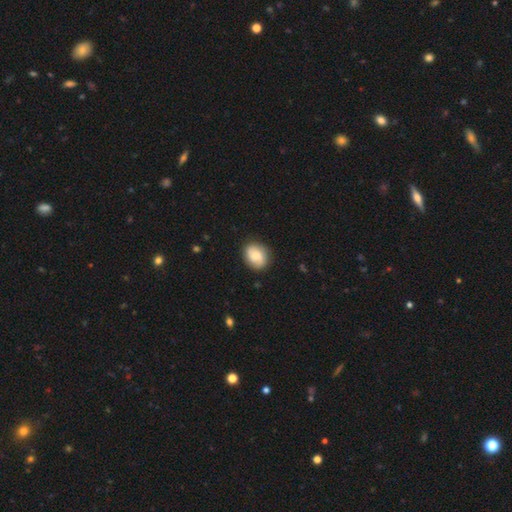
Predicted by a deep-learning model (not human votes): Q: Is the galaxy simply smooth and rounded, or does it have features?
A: smooth — 65%.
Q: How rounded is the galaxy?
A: round — 52%.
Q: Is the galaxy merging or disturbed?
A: none — 84%.